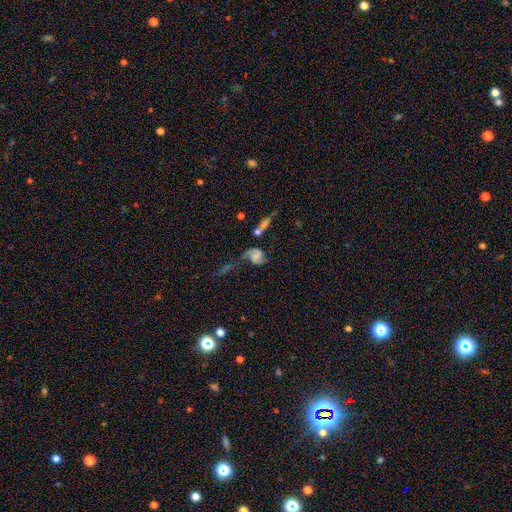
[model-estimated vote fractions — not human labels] Smooth or featured?
  - featured or disk: 56% *
  - smooth: 32%
  - star or artifact: 11%
Edge-on disk?
  - no: 96% *
  - yes: 4%
Bar?
  - no: 63% *
  - weak: 29%
  - strong: 8%
Spiral arms?
  - yes: 85% *
  - no: 15%
Bulge size?
  - none: 45% *
  - small: 22%
  - moderate: 18%
  - large: 11%
  - dominant: 4%
Merging?
  - none: 32% *
  - major disturbance: 27%
  - merger: 24%
  - minor disturbance: 17%